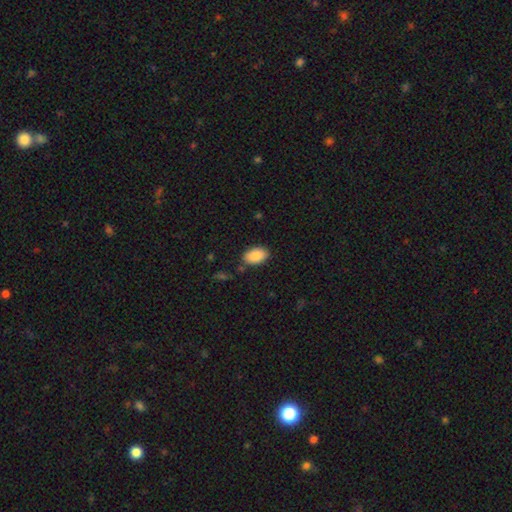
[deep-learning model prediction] A smooth galaxy with no disk features (89%) that is in between round and cigar-shaped (92%).

Vote fractions:
- Smooth or featured? smooth: 89% / star or artifact: 7% / featured or disk: 5%
- How rounded? in between: 92% / round: 7% / cigar-shaped: 1%
- Merging? none: 82% / minor disturbance: 12% / major disturbance: 3% / merger: 3%